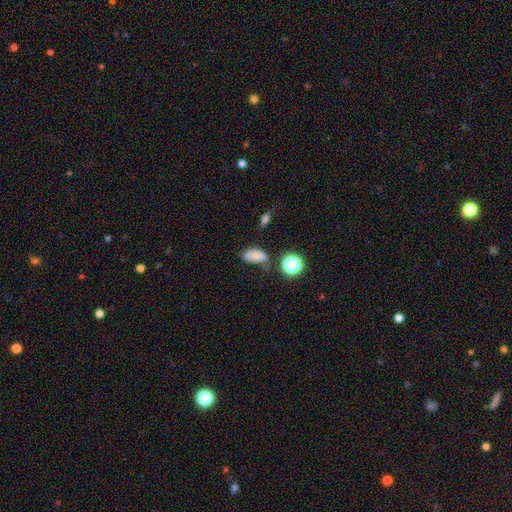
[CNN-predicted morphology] type=smooth (63%); roundness=in between (82%); merging=none (29%).